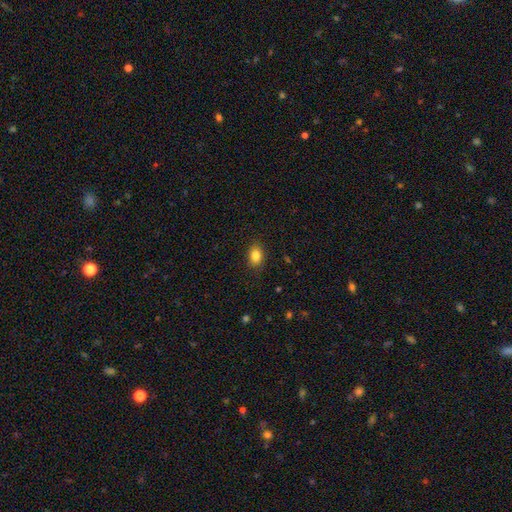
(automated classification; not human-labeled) Morphology: type=smooth (84%); roundness=in between (73%); merging=none (86%).